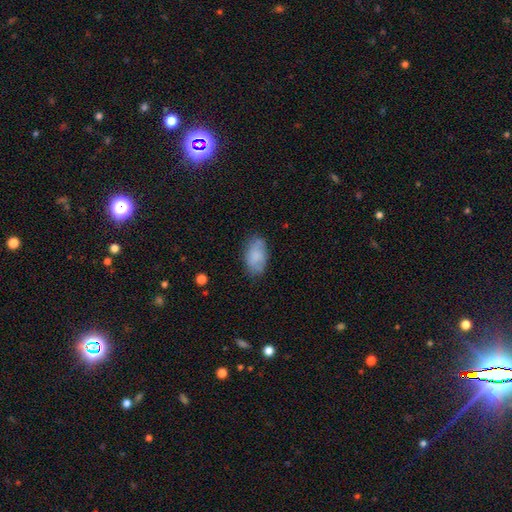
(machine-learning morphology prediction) A smooth galaxy with no disk features (78%) that is in between round and cigar-shaped (93%). Merging: none (70%).